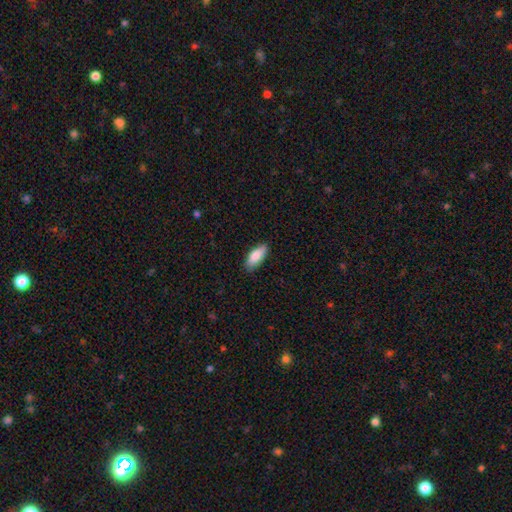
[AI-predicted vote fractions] smooth-or-featured: smooth: 86% | featured or disk: 8% | star or artifact: 6%
  how-rounded: in between: 81% | cigar-shaped: 18% | round: 2%
  merging: none: 84% | minor disturbance: 13% | major disturbance: 2% | merger: 1%